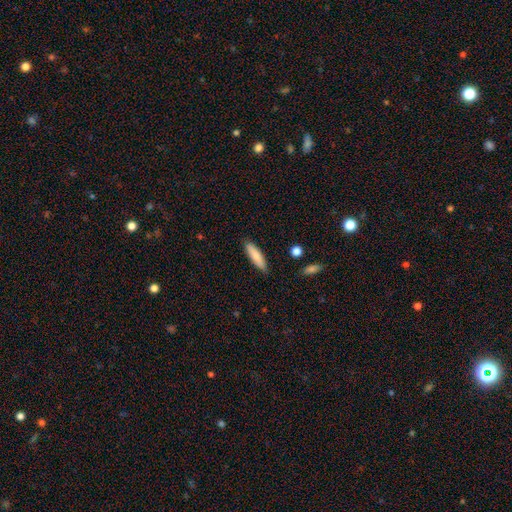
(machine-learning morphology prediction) Smooth or featured? smooth (80%)
How rounded? cigar-shaped (71%)
Merging? none (86%)